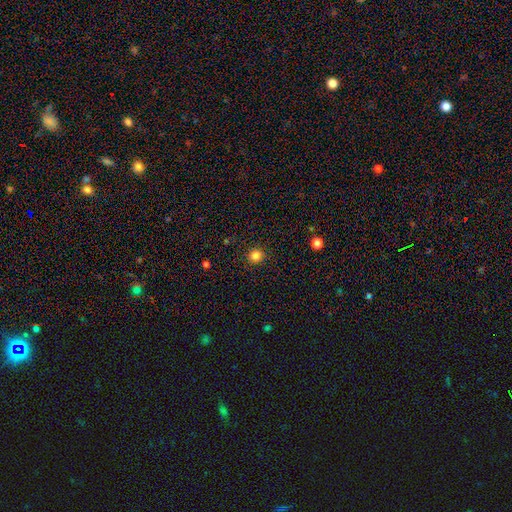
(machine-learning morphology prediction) This appears to be a smooth galaxy with no disk features (83%) that is round (88%). Merging: none (91%).